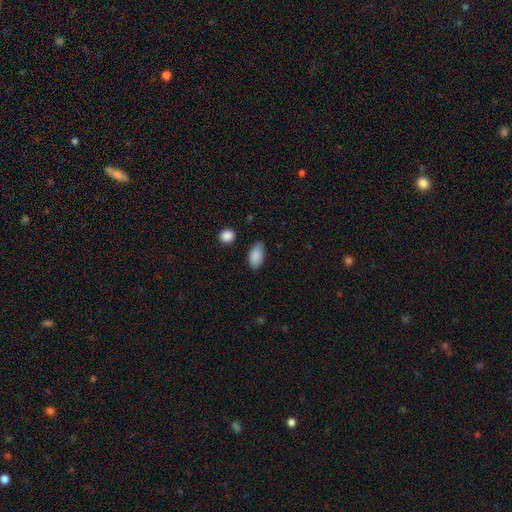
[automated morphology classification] smooth-or-featured: smooth: 88% | star or artifact: 7% | featured or disk: 5%
  how-rounded: in between: 93% | round: 5% | cigar-shaped: 2%
  merging: none: 72% | minor disturbance: 22% | major disturbance: 4% | merger: 2%